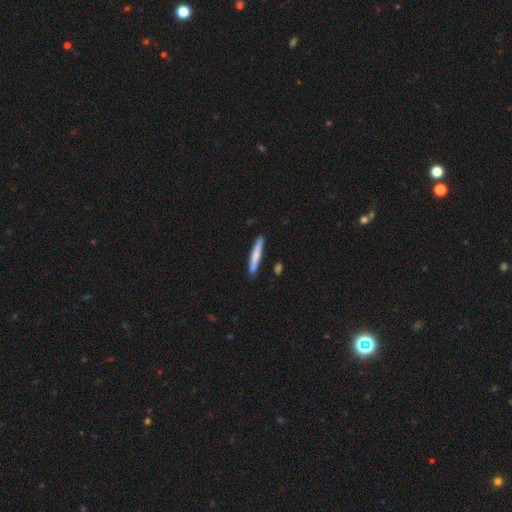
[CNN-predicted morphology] Smooth or featured: smooth — 70% (featured or disk — 25%)
How rounded: cigar-shaped — 94% (in between — 4%)
Merging: none — 83% (minor disturbance — 12%)